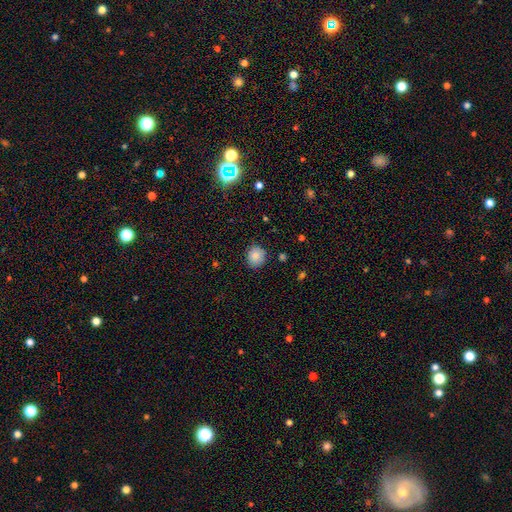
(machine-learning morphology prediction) Q: Smooth or featured?
A: smooth (83%); runner-up: star or artifact (10%)
Q: How rounded?
A: round (80%); runner-up: in between (19%)
Q: Merging?
A: none (83%); runner-up: minor disturbance (13%)